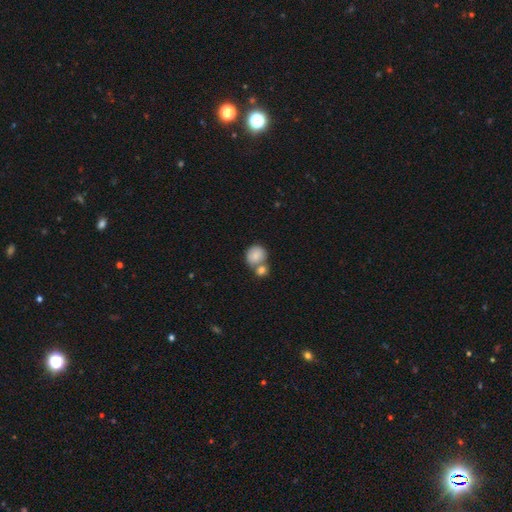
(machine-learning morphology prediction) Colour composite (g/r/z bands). It shows a smooth galaxy with no disk features (83%) that is round (80%). Merging: merger (48%).